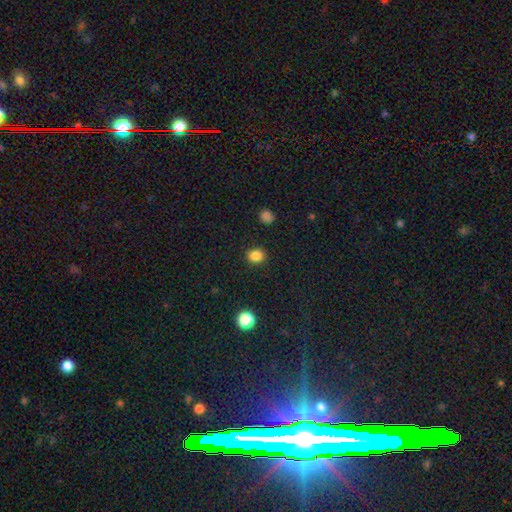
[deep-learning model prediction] Q: Smooth or featured?
A: smooth (85%); runner-up: star or artifact (12%)
Q: How rounded?
A: round (73%); runner-up: in between (26%)
Q: Merging?
A: none (90%); runner-up: minor disturbance (7%)